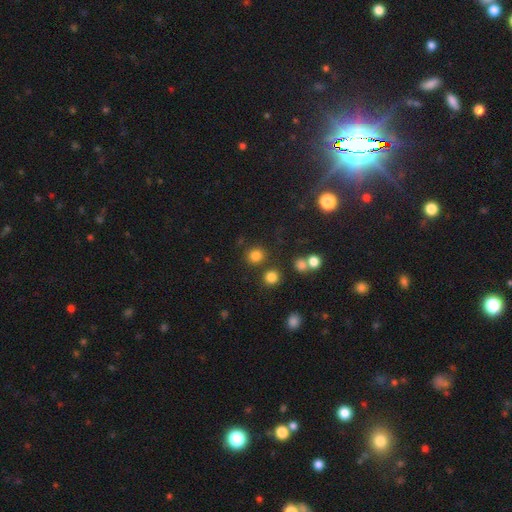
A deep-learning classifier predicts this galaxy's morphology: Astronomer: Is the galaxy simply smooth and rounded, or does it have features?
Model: smooth — 80%.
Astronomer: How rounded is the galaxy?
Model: round — 90%.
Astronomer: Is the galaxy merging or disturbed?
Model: none — 83%.